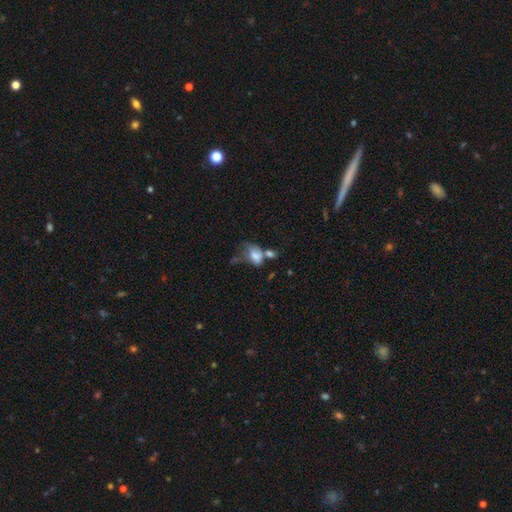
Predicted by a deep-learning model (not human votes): smooth-or-featured: smooth: 65% | featured or disk: 24% | star or artifact: 10%
  how-rounded: in between: 81% | round: 17% | cigar-shaped: 2%
  merging: merger: 41% | major disturbance: 26% | none: 17% | minor disturbance: 16%